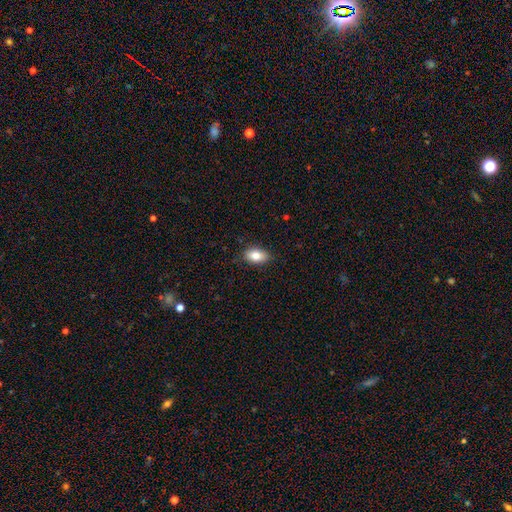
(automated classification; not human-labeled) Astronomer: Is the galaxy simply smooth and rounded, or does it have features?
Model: smooth — 82%.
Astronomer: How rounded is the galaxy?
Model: in between — 89%.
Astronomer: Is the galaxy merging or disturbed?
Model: none — 86%.